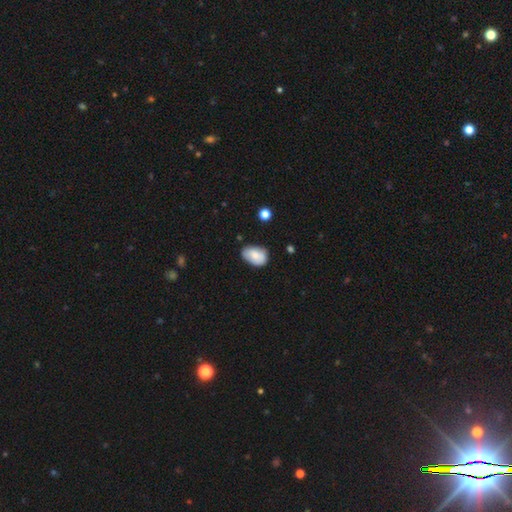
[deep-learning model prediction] A smooth galaxy with no disk features (76%) that is in between round and cigar-shaped (86%).

Vote fractions:
- Smooth or featured? smooth: 76% / featured or disk: 17% / star or artifact: 7%
- How rounded? in between: 86% / round: 13% / cigar-shaped: 1%
- Merging? none: 62% / minor disturbance: 30% / major disturbance: 5% / merger: 2%